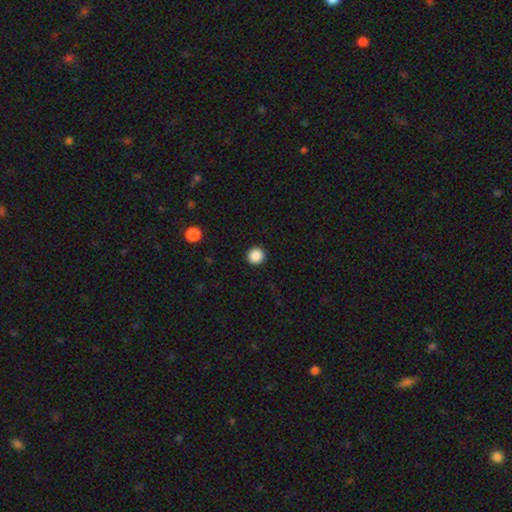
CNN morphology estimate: Smooth or featured?
  - smooth: 87% *
  - star or artifact: 10%
  - featured or disk: 3%
How rounded?
  - round: 95% *
  - in between: 4%
  - cigar-shaped: 1%
Merging?
  - none: 93% *
  - minor disturbance: 4%
  - major disturbance: 2%
  - merger: 1%